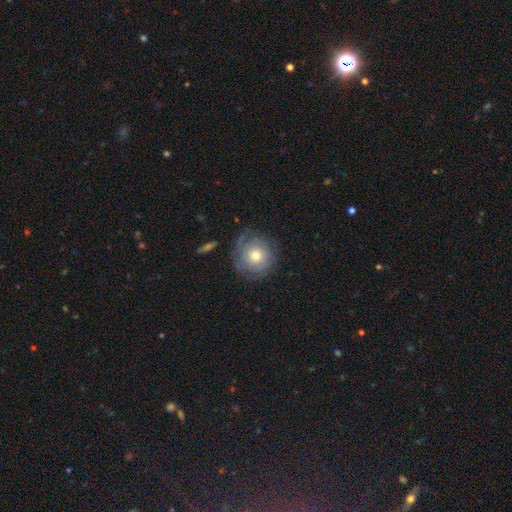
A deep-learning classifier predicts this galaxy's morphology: A featured or disk galaxy (50%).

Vote fractions:
- Smooth or featured? featured or disk: 50% / smooth: 42% / star or artifact: 9%
- Merging? none: 74% / minor disturbance: 17% / major disturbance: 8% / merger: 2%